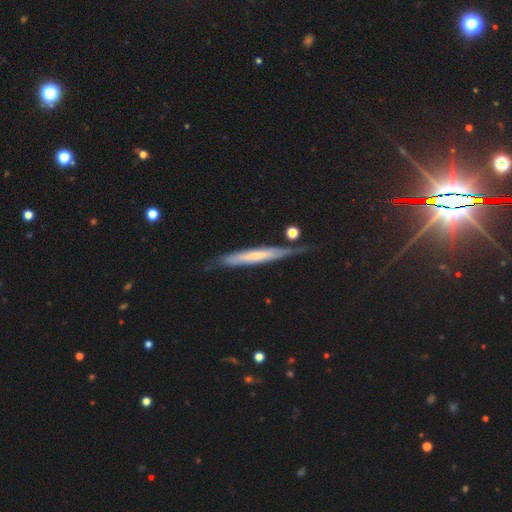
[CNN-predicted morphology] Smooth or featured: featured or disk — 57% (smooth — 37%)
Edge-on disk: yes — 82% (no — 18%)
Merging: none — 69% (minor disturbance — 21%)